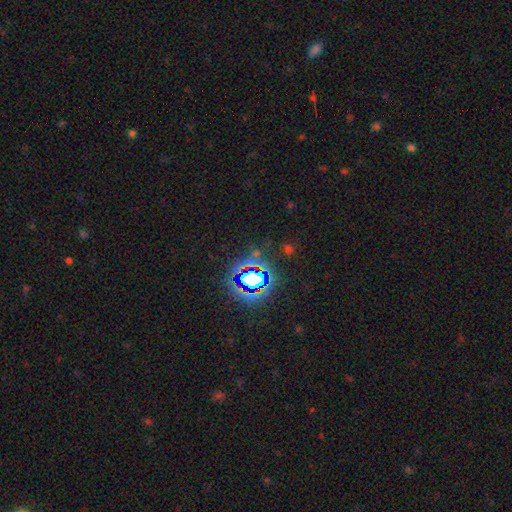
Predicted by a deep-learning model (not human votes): A star or artifact, not a galaxy (74%).

Vote fractions:
- Smooth or featured? star or artifact: 74% / smooth: 16% / featured or disk: 10%